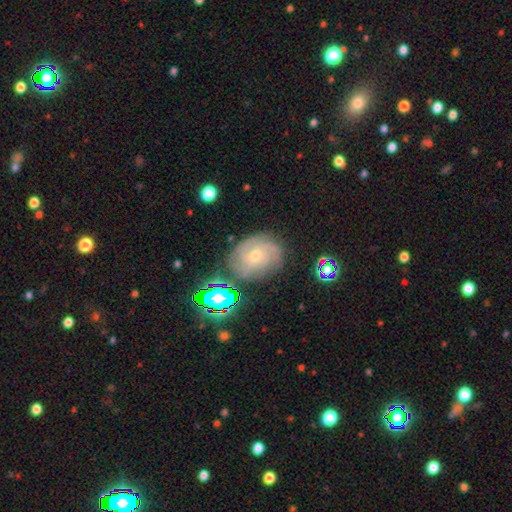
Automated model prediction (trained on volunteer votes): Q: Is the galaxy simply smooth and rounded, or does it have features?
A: featured or disk — 70%.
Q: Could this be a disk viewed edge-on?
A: no — 97%.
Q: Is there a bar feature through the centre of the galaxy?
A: no — 71%.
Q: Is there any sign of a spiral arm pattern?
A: yes — 92%.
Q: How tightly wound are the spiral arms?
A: tight — 54%.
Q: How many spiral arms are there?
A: can't tell — 34%.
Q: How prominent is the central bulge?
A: small — 57%.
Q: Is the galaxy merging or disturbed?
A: none — 68%.